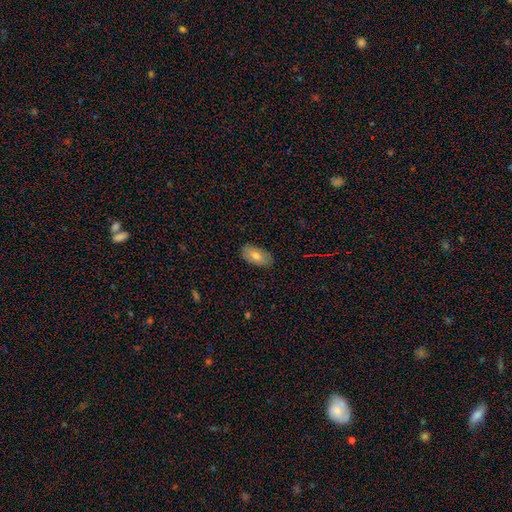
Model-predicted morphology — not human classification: Smooth or featured? smooth (72%)
How rounded? in between (93%)
Merging? none (85%)